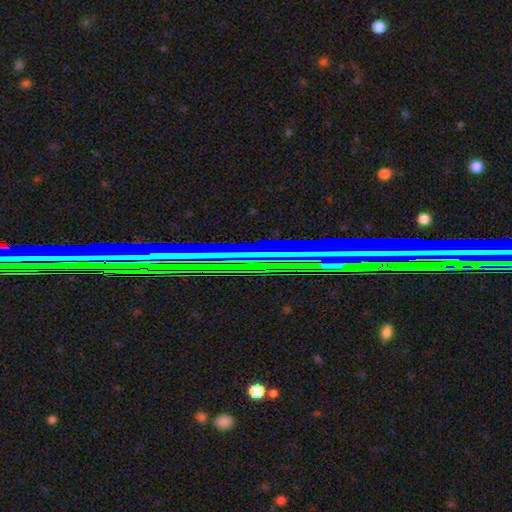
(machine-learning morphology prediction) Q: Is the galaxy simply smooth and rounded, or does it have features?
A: star or artifact — 78%.